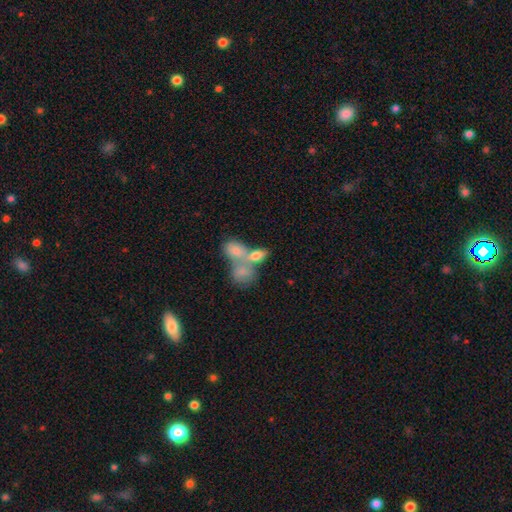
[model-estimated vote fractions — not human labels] This is likely a smooth galaxy (71%). How rounded: clearly in between (84%). Merging: possibly merger (60%).